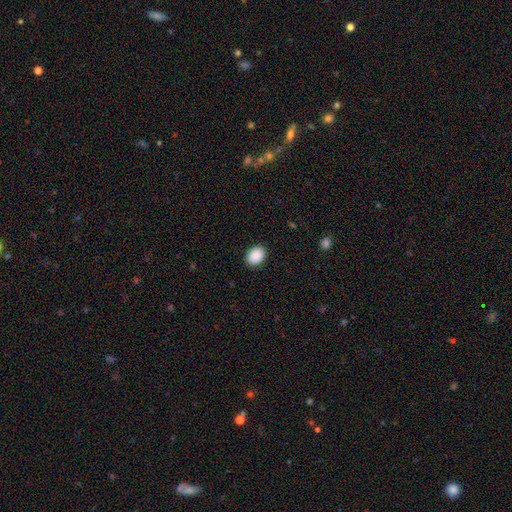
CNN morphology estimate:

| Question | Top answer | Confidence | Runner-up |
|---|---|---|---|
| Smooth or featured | smooth | 91% | star or artifact (7%) |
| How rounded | in between | 64% | round (35%) |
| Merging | none | 90% | minor disturbance (7%) |